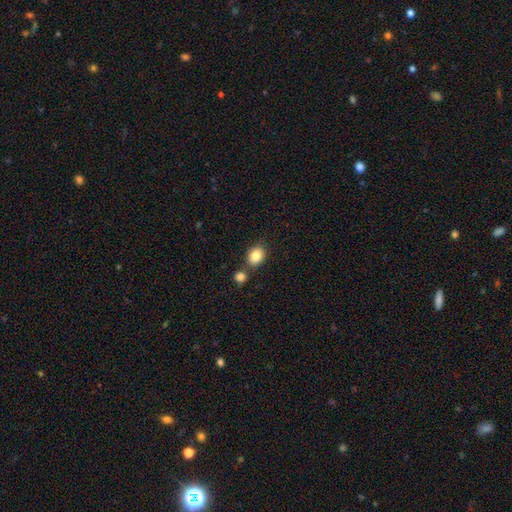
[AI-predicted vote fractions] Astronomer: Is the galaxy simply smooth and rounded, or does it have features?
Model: smooth — 84%.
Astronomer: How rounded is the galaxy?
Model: in between — 62% (runner-up: round, 37%).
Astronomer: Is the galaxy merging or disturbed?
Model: none — 65%.